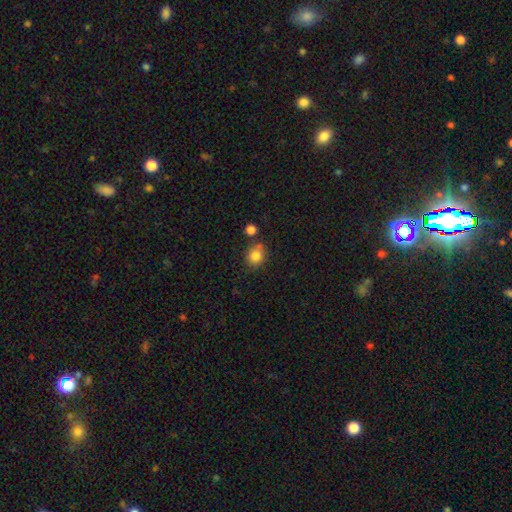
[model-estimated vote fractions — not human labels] smooth_or_featured: smooth (p=0.83) [alt: star or artifact p=0.11]
how_rounded: round (p=0.75) [alt: in between p=0.24]
merging: none (p=0.70) [alt: minor disturbance p=0.14]